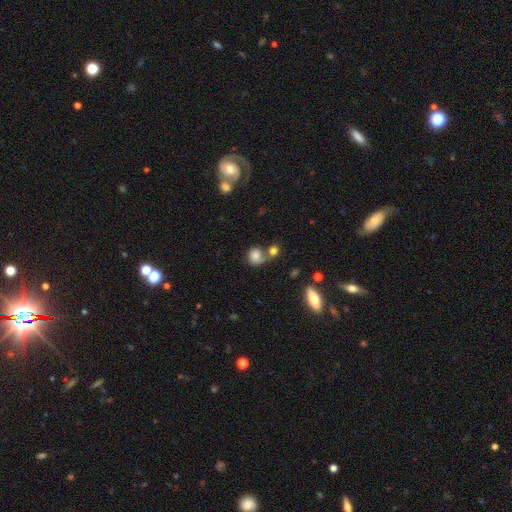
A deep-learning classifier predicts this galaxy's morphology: smooth 73%, featured or disk 16%, star or artifact 11%. Down the decision tree: how rounded — round (77%); merging — none (38%).